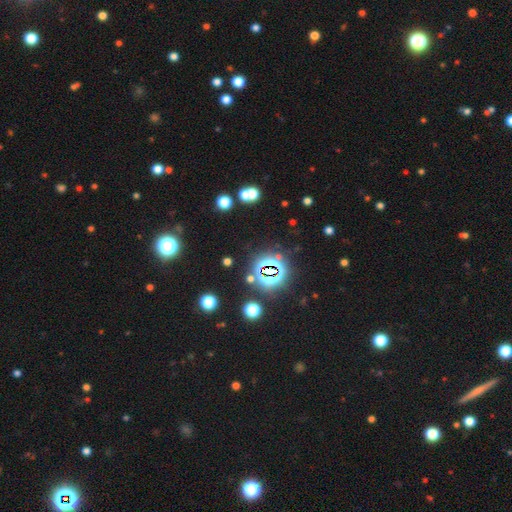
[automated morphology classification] Smooth or featured: star or artifact — 80% (smooth — 12%)